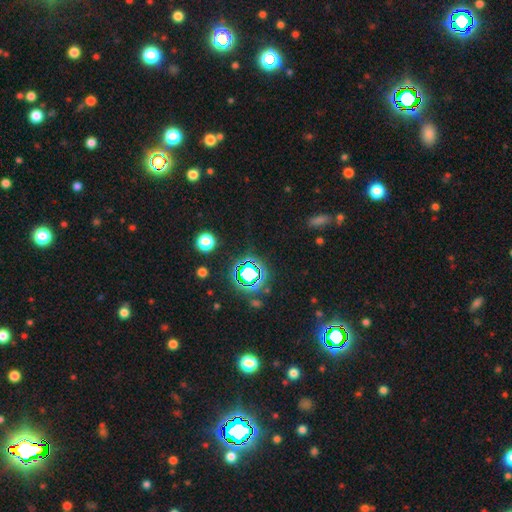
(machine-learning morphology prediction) Q: Smooth or featured?
A: star or artifact (72%); runner-up: smooth (21%)